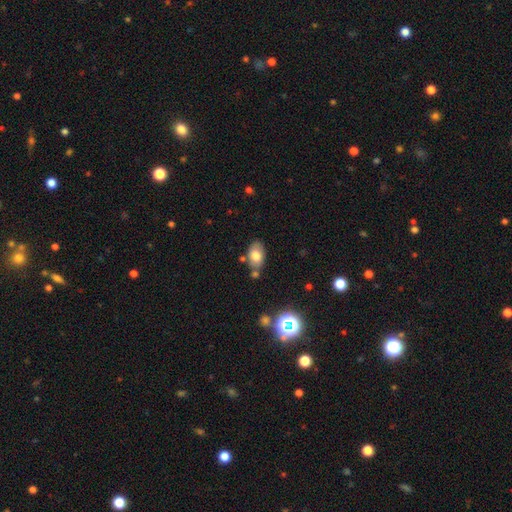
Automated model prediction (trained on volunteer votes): smooth 75%, featured or disk 16%, star or artifact 9%. Down the decision tree: how rounded — in between (90%); merging — none (66%).